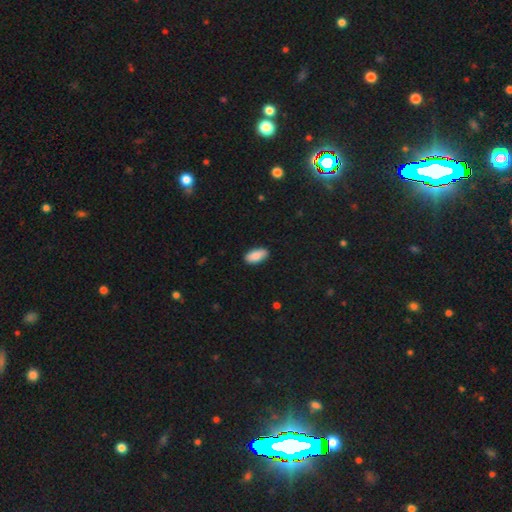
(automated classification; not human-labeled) smooth-or-featured: smooth: 88% | star or artifact: 6% | featured or disk: 6%
  how-rounded: in between: 92% | cigar-shaped: 6% | round: 2%
  merging: none: 88% | minor disturbance: 9% | major disturbance: 2% | merger: 1%